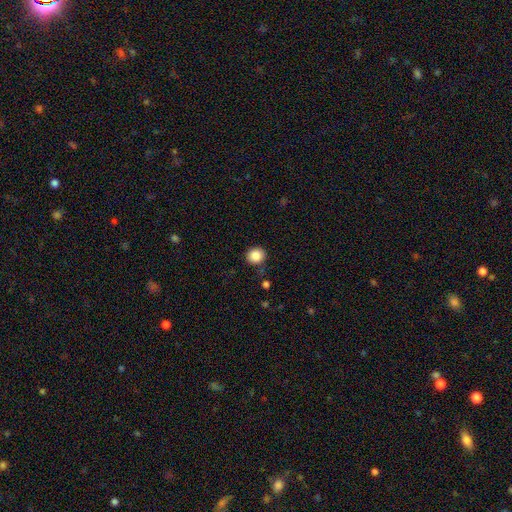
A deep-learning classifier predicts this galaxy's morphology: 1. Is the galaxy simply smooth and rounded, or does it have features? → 86% smooth, 10% star or artifact, 4% featured or disk.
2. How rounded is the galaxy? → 88% round, 11% in between, 1% cigar-shaped.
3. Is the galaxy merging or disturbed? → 86% none, 9% minor disturbance, 2% major disturbance, 2% merger.